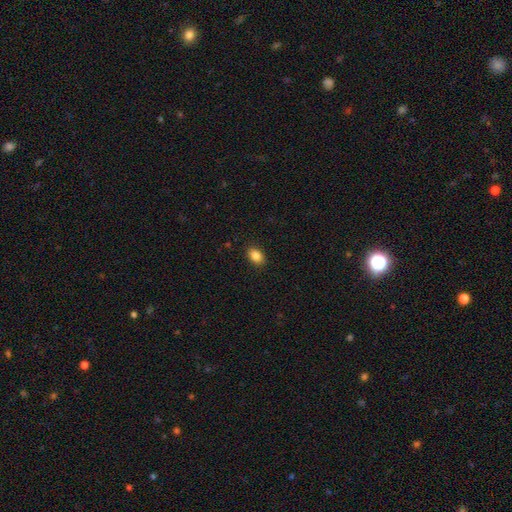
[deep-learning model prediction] smooth_or_featured: smooth (p=0.86) [alt: star or artifact p=0.09]
how_rounded: in between (p=0.79) [alt: round p=0.20]
merging: none (p=0.89) [alt: minor disturbance p=0.08]